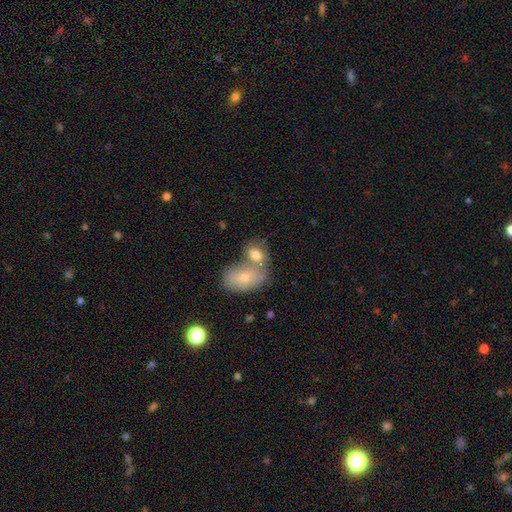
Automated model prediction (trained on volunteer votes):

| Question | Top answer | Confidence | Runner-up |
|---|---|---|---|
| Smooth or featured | smooth | 73% | featured or disk (19%) |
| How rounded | in between | 78% | round (20%) |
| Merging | merger | 57% | none (30%) |